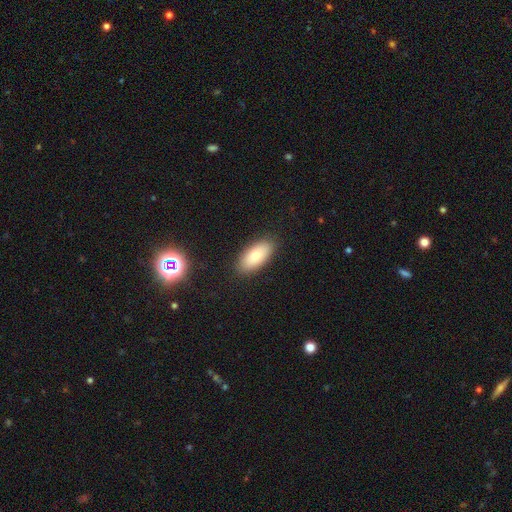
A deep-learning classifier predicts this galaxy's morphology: smooth-or-featured: smooth: 80% | featured or disk: 13% | star or artifact: 7%
  how-rounded: in between: 90% | cigar-shaped: 7% | round: 2%
  merging: none: 87% | minor disturbance: 10% | major disturbance: 2% | merger: 1%